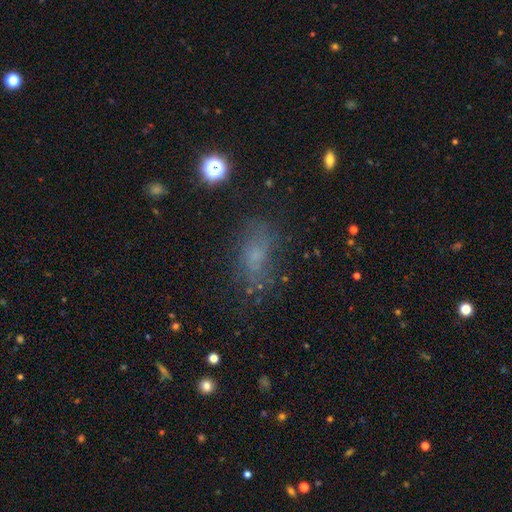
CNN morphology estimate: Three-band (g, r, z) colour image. It shows a smooth galaxy with no disk features (56%) that is in between round and cigar-shaped (81%). Merging: none (65%).